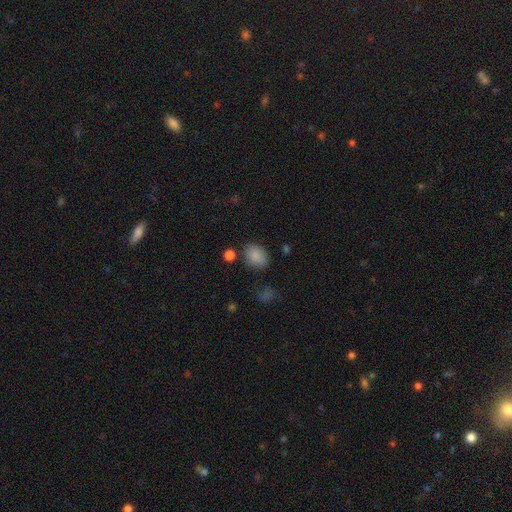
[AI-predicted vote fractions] Smooth or featured: smooth — 86% (star or artifact — 9%)
How rounded: in between — 74% (round — 25%)
Merging: none — 77% (minor disturbance — 14%)